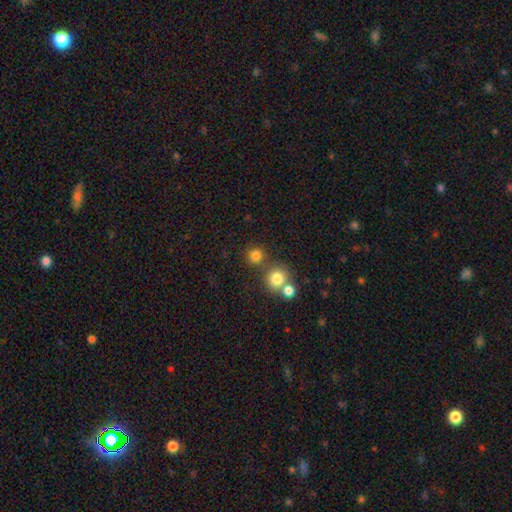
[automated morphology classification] smooth 80%, star or artifact 14%, featured or disk 7%. Down the decision tree: how rounded — round (90%); merging — none (67%).